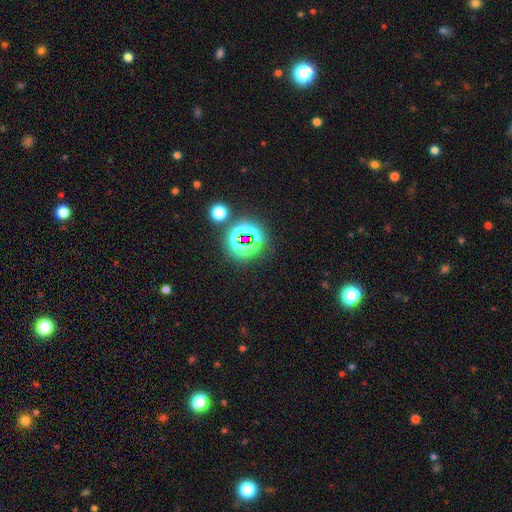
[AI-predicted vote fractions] Smooth or featured?
  - star or artifact: 77% *
  - smooth: 14%
  - featured or disk: 8%